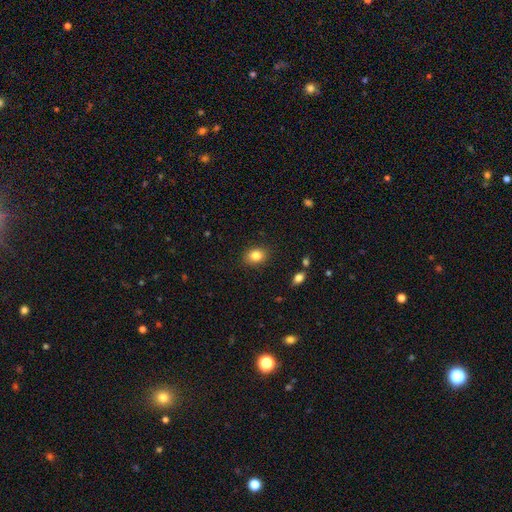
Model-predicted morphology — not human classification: This is clearly a smooth galaxy (83%). How rounded: possibly in between (55%). Merging: clearly none (88%).